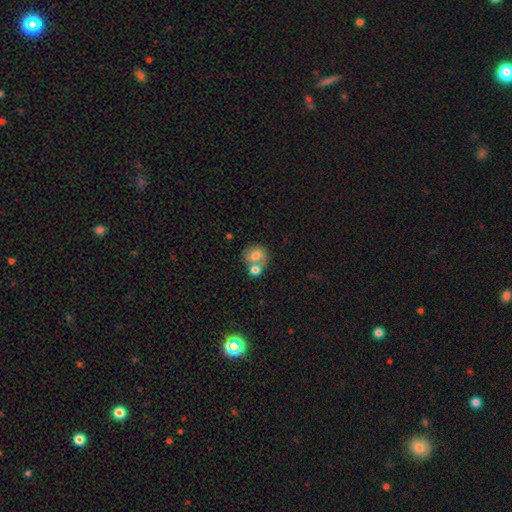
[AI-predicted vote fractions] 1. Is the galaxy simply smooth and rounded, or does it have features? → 65% smooth, 27% featured or disk, 8% star or artifact.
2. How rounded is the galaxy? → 70% round, 29% in between, 1% cigar-shaped.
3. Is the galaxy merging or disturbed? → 49% merger, 34% none, 12% minor disturbance, 6% major disturbance.